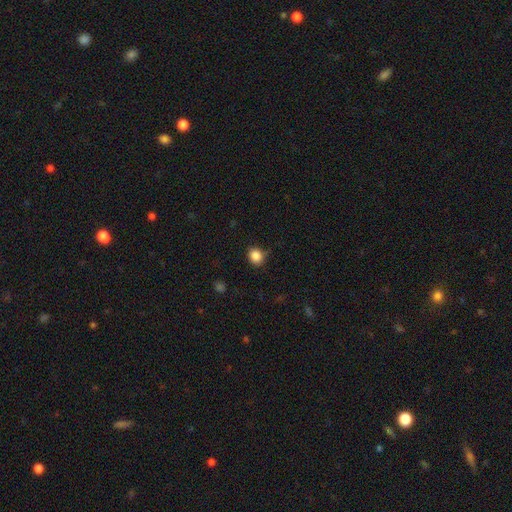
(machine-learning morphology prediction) Overall: smooth (86%). How rounded: round (77%). Merging: none (81%).